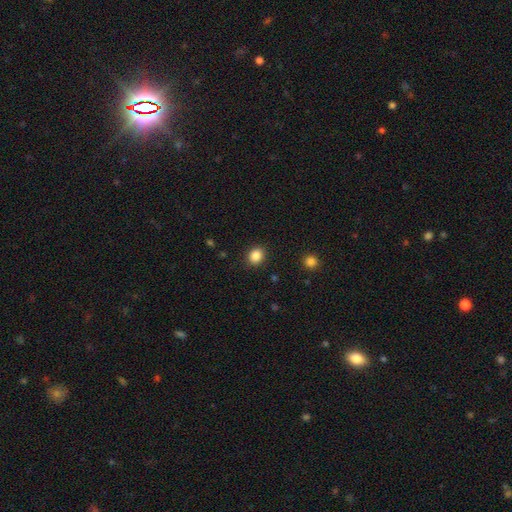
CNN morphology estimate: Overall: smooth (86%). How rounded: round (69%; in between 30%). Merging: none (89%).